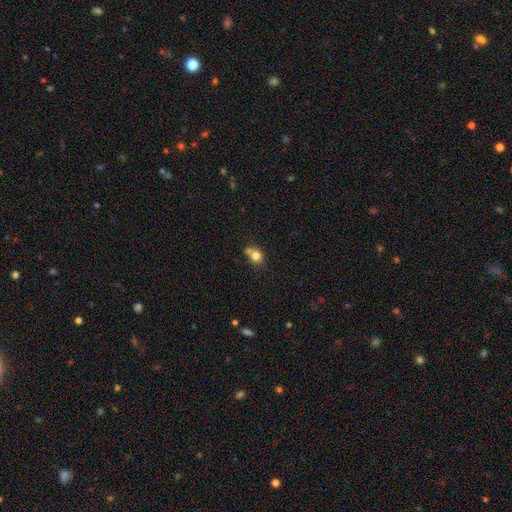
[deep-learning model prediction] This is likely a smooth galaxy (77%). How rounded: likely round (68%). Merging: possibly none (47%).